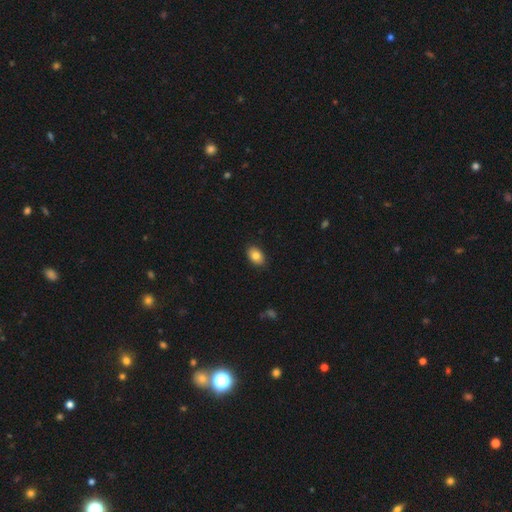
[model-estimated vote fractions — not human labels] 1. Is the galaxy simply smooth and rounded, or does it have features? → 82% smooth, 10% featured or disk, 8% star or artifact.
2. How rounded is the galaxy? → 87% in between, 12% round, 1% cigar-shaped.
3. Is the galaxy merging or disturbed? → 88% none, 9% minor disturbance, 2% major disturbance, 1% merger.